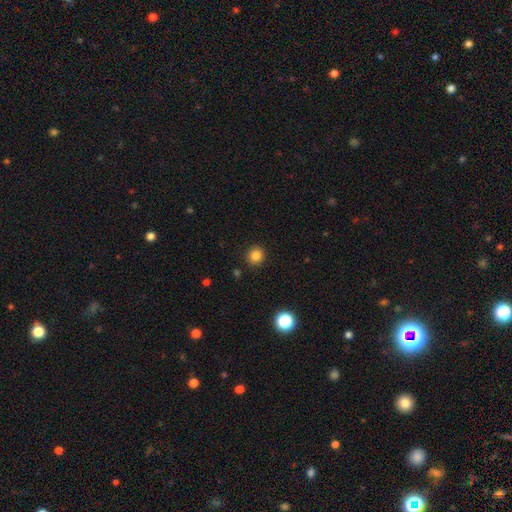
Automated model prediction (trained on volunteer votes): smooth 83%, star or artifact 12%, featured or disk 5%. Down the decision tree: how rounded — round (92%); merging — none (90%).